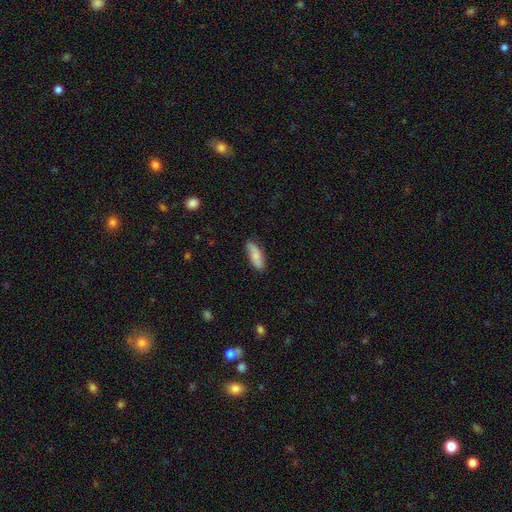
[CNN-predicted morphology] A smooth galaxy with no disk features (69%) that is in between round and cigar-shaped (70%). Merging: none (72%).